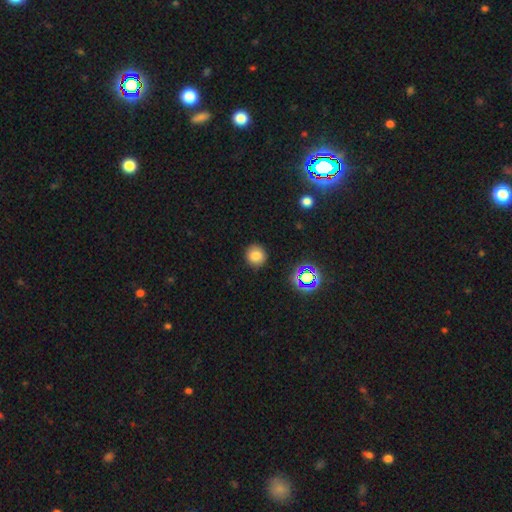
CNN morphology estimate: Smooth or featured?
  - smooth: 78% *
  - star or artifact: 16%
  - featured or disk: 6%
How rounded?
  - round: 91% *
  - in between: 8%
  - cigar-shaped: 1%
Merging?
  - none: 89% *
  - minor disturbance: 8%
  - major disturbance: 2%
  - merger: 1%